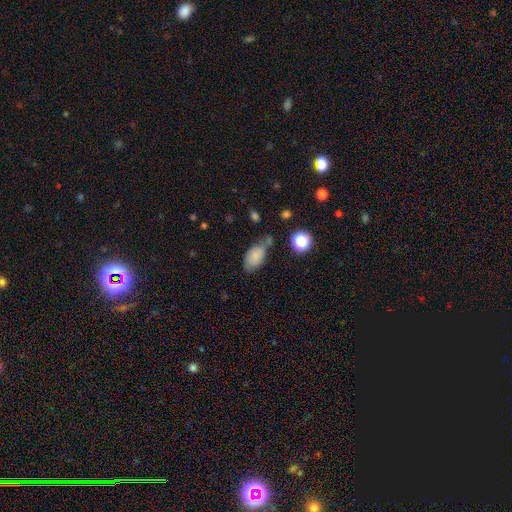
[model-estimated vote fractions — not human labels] This is likely a smooth galaxy (80%). How rounded: clearly in between (91%). Merging: possibly none (52%).